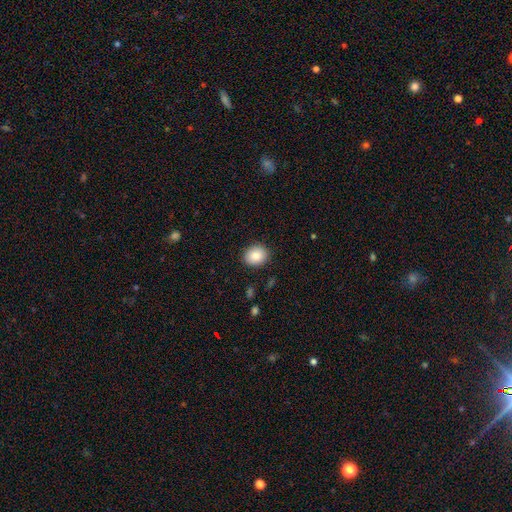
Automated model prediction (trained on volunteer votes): Morphology: type=smooth (86%); roundness=round (62%); merging=none (89%).